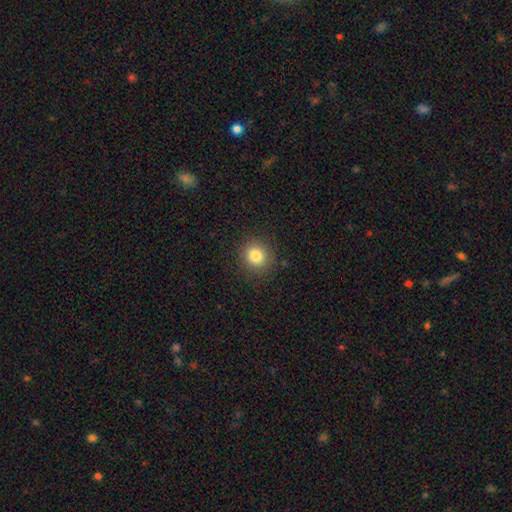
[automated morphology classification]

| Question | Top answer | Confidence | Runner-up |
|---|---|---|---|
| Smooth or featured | smooth | 83% | star or artifact (11%) |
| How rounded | round | 87% | in between (12%) |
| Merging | none | 89% | minor disturbance (7%) |